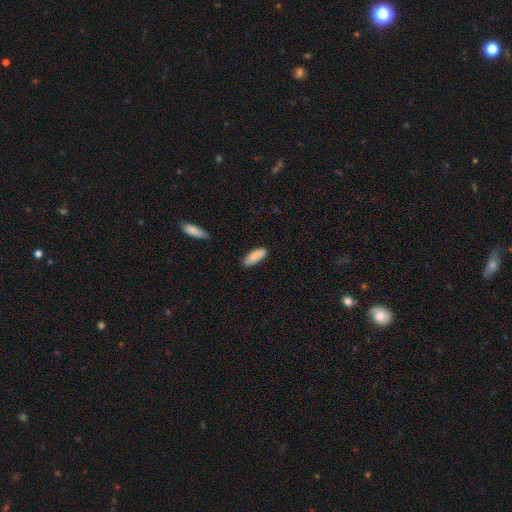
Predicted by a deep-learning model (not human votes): Morphology: type=smooth (87%); roundness=in between (60%); merging=none (79%).